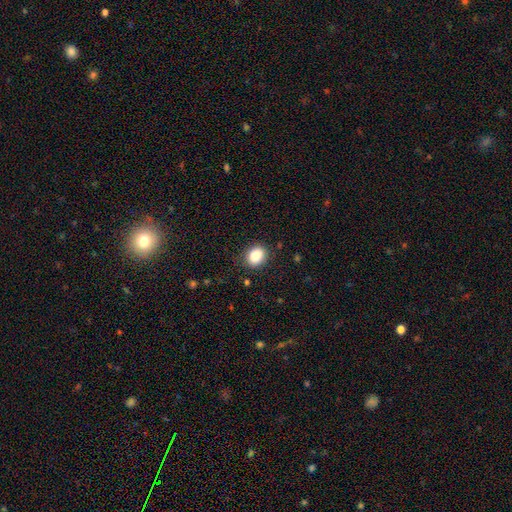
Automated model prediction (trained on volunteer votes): This is clearly a smooth galaxy (88%). How rounded: possibly in between (59%). Merging: clearly none (82%).